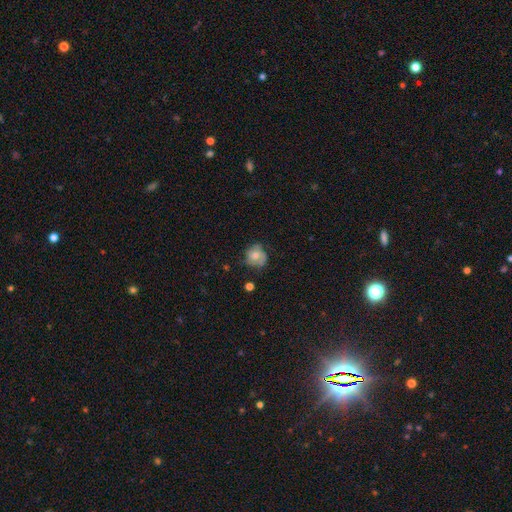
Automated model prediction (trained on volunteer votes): Smooth or featured? smooth (56%)
How rounded? round (77%)
Merging? none (59%)